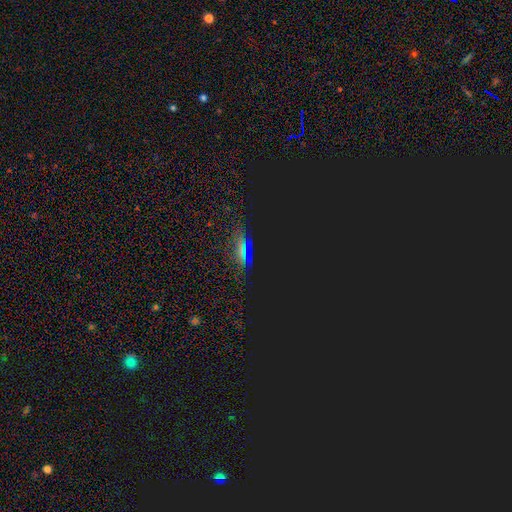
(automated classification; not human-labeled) smooth-or-featured: star or artifact: 58% | smooth: 26% | featured or disk: 16%